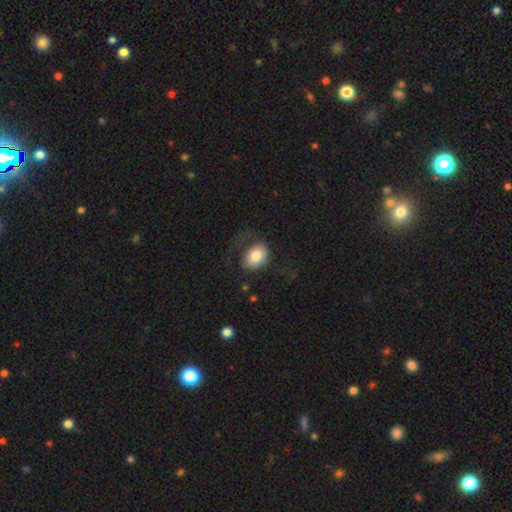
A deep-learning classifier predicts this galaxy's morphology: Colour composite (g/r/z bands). It shows a smooth galaxy with no disk features (80%) that is in between round and cigar-shaped (71%). Merging: none (53%).